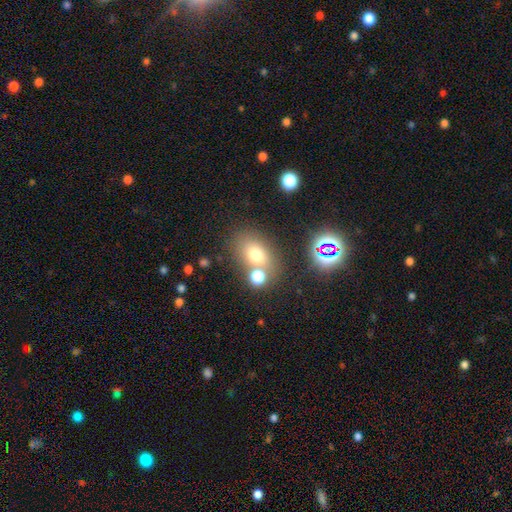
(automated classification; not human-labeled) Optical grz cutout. It shows a smooth galaxy with no disk features (68%) that is in between round and cigar-shaped (60%). Merging: none (61%).